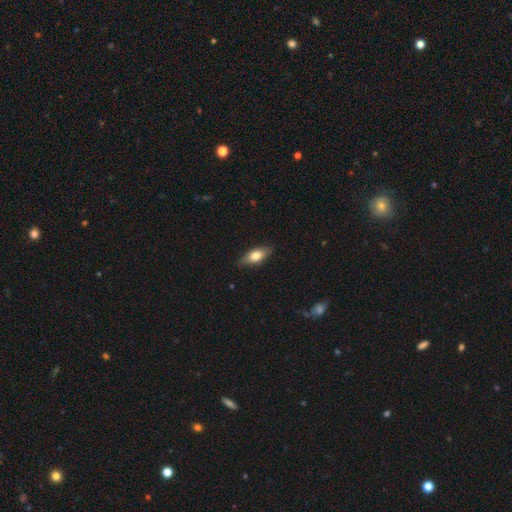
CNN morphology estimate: Overall: smooth (69%). How rounded: in between (78%). Merging: none (84%).